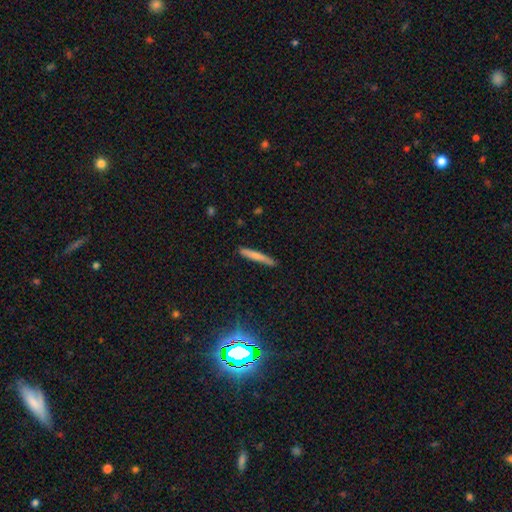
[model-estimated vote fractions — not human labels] Smooth or featured: smooth — 72% (featured or disk — 21%)
How rounded: cigar-shaped — 94% (in between — 4%)
Merging: none — 83% (minor disturbance — 13%)